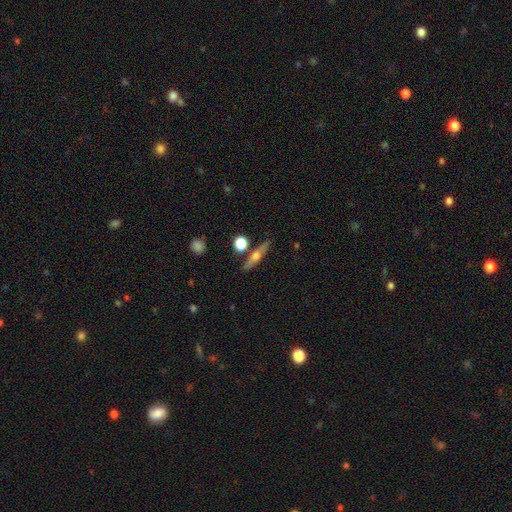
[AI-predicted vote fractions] Q: Smooth or featured?
A: featured or disk (51%); runner-up: smooth (42%)
Q: Edge-on disk?
A: yes (92%); runner-up: no (8%)
Q: Merging?
A: none (82%); runner-up: minor disturbance (10%)